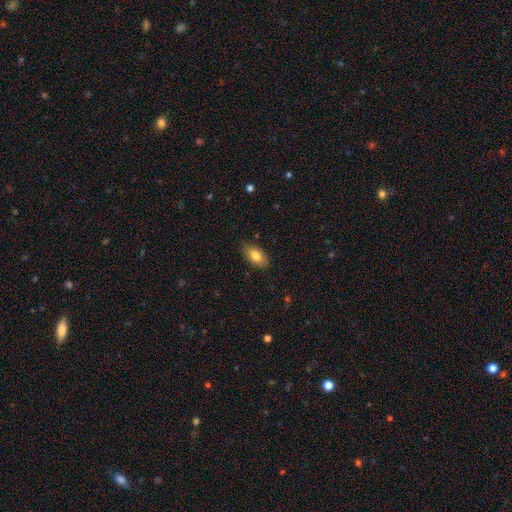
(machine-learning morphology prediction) A smooth galaxy with no disk features (80%) that is in between round and cigar-shaped (90%).

Vote fractions:
- Smooth or featured? smooth: 80% / featured or disk: 12% / star or artifact: 7%
- How rounded? in between: 90% / cigar-shaped: 6% / round: 5%
- Merging? none: 82% / minor disturbance: 14% / major disturbance: 3% / merger: 1%